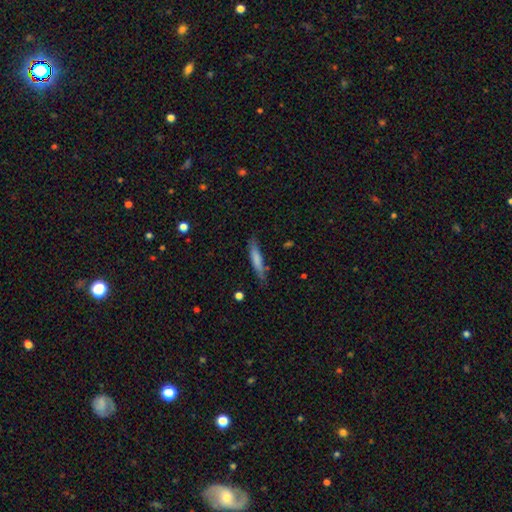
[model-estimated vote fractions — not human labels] smooth-or-featured: smooth: 68% | featured or disk: 25% | star or artifact: 7%
  how-rounded: cigar-shaped: 90% | in between: 9% | round: 1%
  merging: none: 80% | minor disturbance: 15% | major disturbance: 3% | merger: 2%